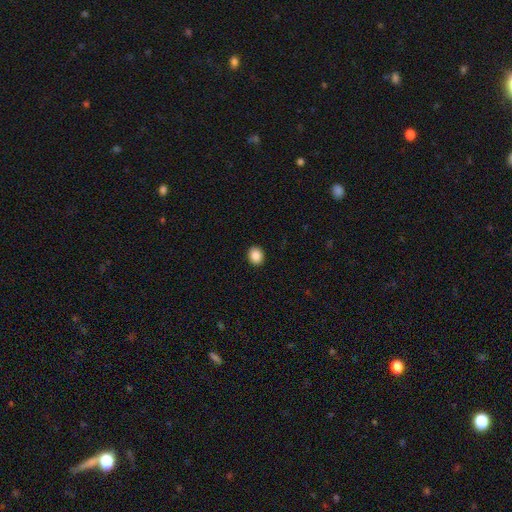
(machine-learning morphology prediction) smooth 88%, star or artifact 9%, featured or disk 4%. Down the decision tree: how rounded — round (66%); merging — none (92%).